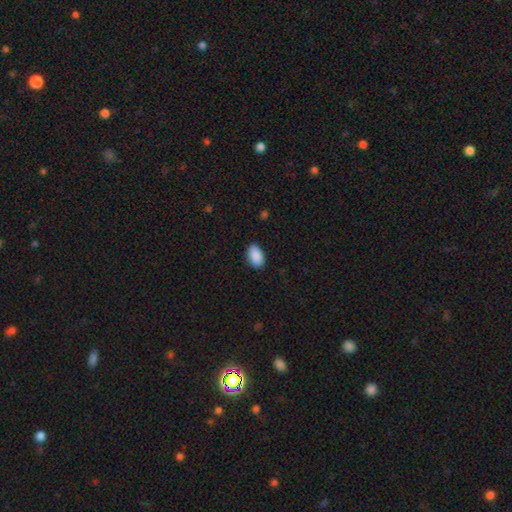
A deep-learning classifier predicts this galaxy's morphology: Smooth or featured: smooth — 90% (star or artifact — 7%)
How rounded: in between — 93% (round — 5%)
Merging: none — 84% (minor disturbance — 13%)